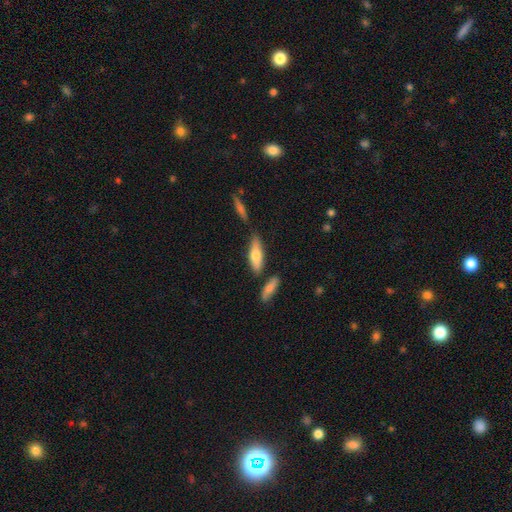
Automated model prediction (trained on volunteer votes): Q: Smooth or featured?
A: smooth (66%); runner-up: featured or disk (28%)
Q: How rounded?
A: cigar-shaped (50%); runner-up: in between (47%)
Q: Merging?
A: none (72%); runner-up: minor disturbance (14%)